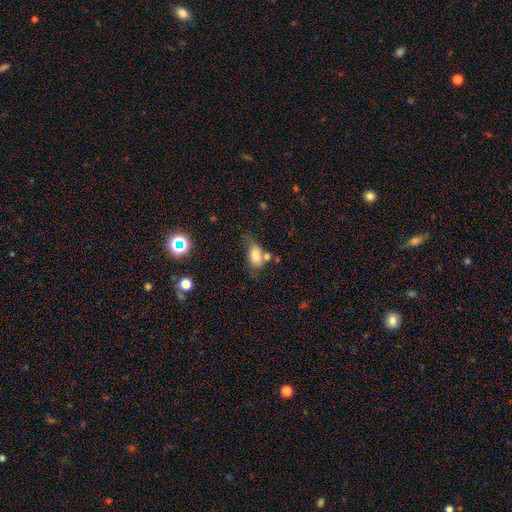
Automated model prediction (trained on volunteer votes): A smooth galaxy with no disk features (76%) that is in between round and cigar-shaped (86%). Merging: none (31%).